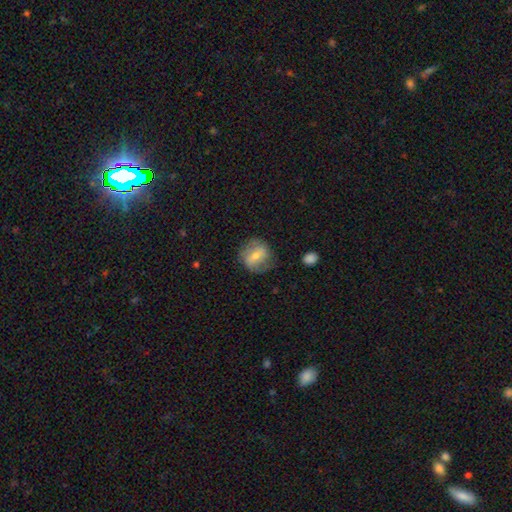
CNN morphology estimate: A smooth galaxy with no disk features (54%) that is round (72%).

Vote fractions:
- Smooth or featured? smooth: 54% / featured or disk: 38% / star or artifact: 8%
- How rounded? round: 72% / in between: 26% / cigar-shaped: 1%
- Merging? none: 68% / minor disturbance: 21% / major disturbance: 9% / merger: 2%